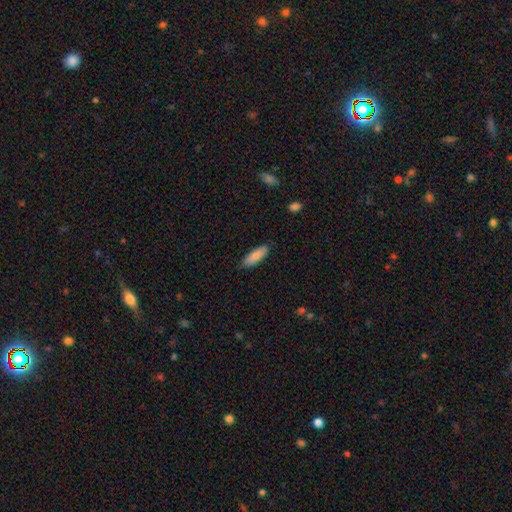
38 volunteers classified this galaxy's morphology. This appears to be a smooth galaxy with no disk features (87%) that is cigar-shaped (58%). Merging: none (92%).